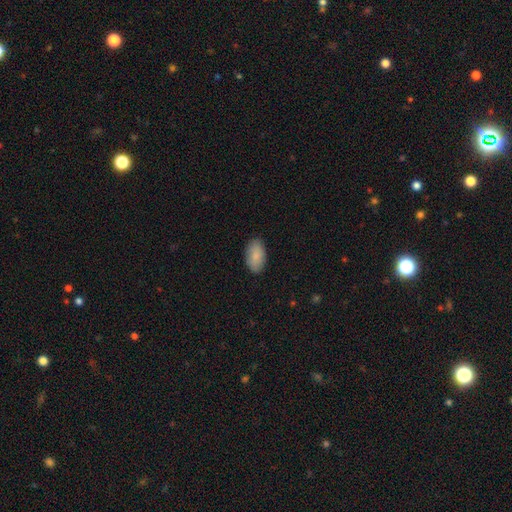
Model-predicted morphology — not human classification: type=smooth (88%); roundness=in between (95%); merging=none (86%).